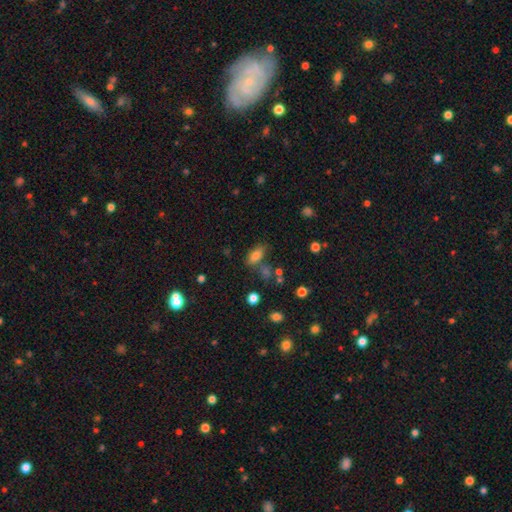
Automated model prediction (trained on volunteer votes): Smooth or featured?
  - smooth: 78% *
  - star or artifact: 12%
  - featured or disk: 10%
How rounded?
  - in between: 83% *
  - cigar-shaped: 12%
  - round: 6%
Merging?
  - none: 64% *
  - minor disturbance: 17%
  - merger: 12%
  - major disturbance: 7%